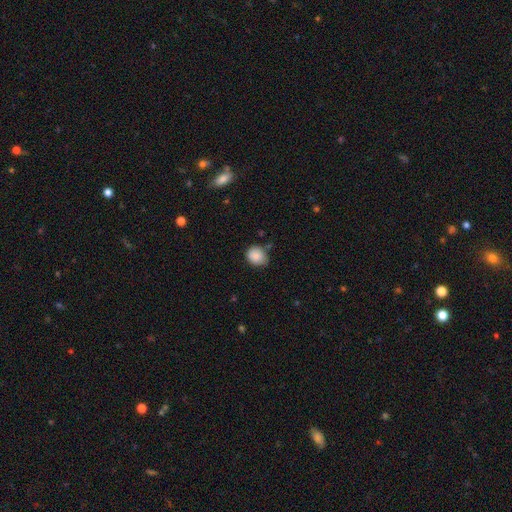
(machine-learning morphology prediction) Smooth or featured? Predicted: smooth (p=0.87). How rounded? Predicted: round (p=0.66). Merging? Predicted: none (p=0.67).